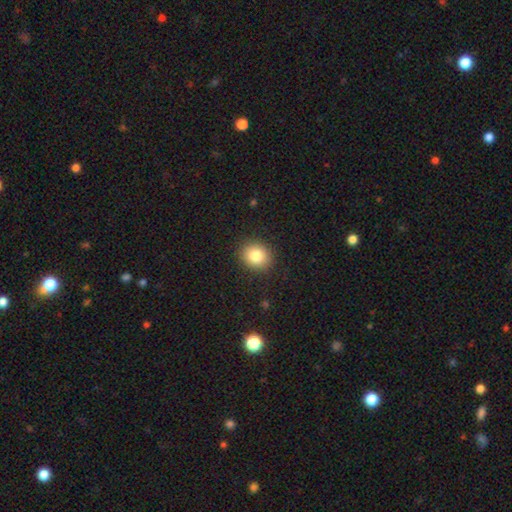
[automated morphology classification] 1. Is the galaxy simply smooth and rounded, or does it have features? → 82% smooth, 10% star or artifact, 8% featured or disk.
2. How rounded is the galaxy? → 74% round, 25% in between, 1% cigar-shaped.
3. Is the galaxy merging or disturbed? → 90% none, 7% minor disturbance, 2% major disturbance, 1% merger.